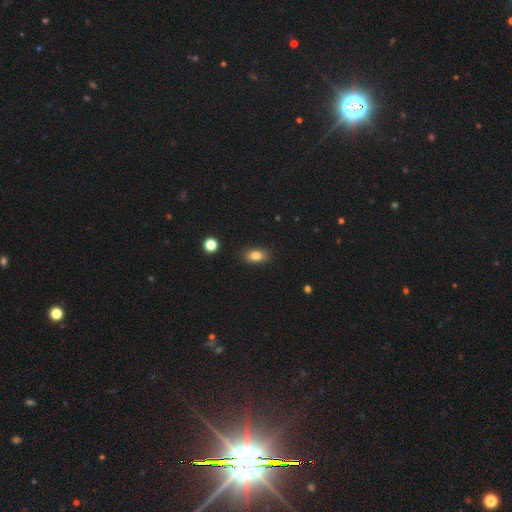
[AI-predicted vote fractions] Smooth or featured? Predicted: smooth (p=0.81). How rounded? Predicted: in between (p=0.85). Merging? Predicted: none (p=0.87).